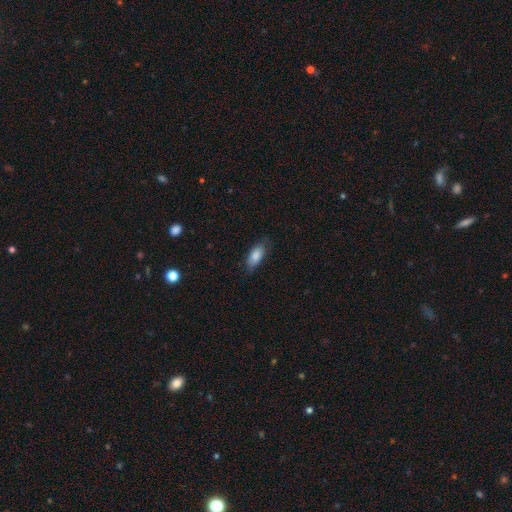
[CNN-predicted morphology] This is clearly a smooth galaxy (84%). How rounded: clearly in between (85%). Merging: likely none (75%).